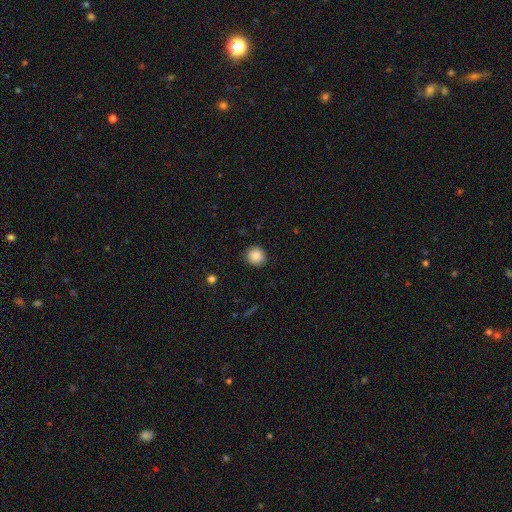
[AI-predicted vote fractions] smooth_or_featured: smooth (p=0.87) [alt: star or artifact p=0.09]
how_rounded: round (p=0.90) [alt: in between p=0.09]
merging: none (p=0.89) [alt: minor disturbance p=0.07]